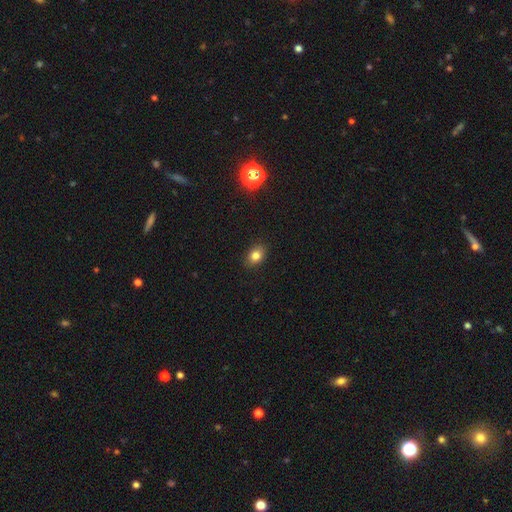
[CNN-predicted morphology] smooth_or_featured: smooth (p=0.81) [alt: star or artifact p=0.11]
how_rounded: in between (p=0.70) [alt: round p=0.29]
merging: none (p=0.88) [alt: minor disturbance p=0.09]